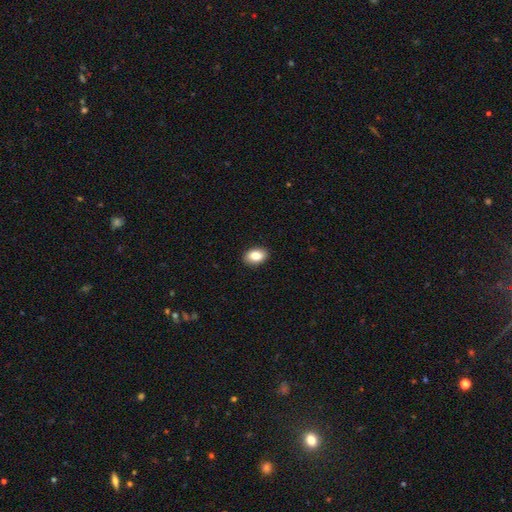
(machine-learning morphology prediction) A smooth galaxy with no disk features (84%) that is in between round and cigar-shaped (85%).

Vote fractions:
- Smooth or featured? smooth: 84% / featured or disk: 8% / star or artifact: 8%
- How rounded? in between: 85% / round: 13% / cigar-shaped: 1%
- Merging? none: 91% / minor disturbance: 7% / major disturbance: 2% / merger: 1%